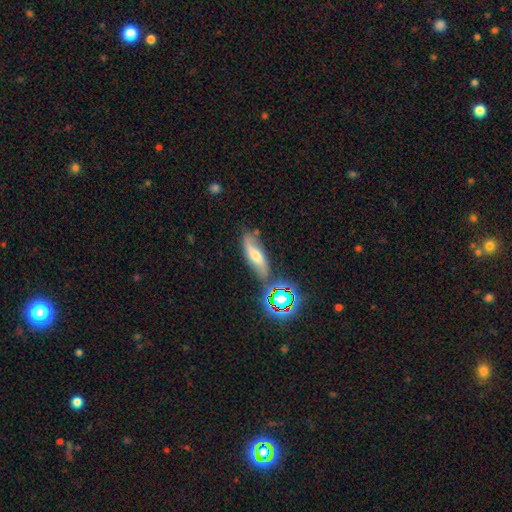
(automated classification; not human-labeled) featured or disk 45%, smooth 38%, star or artifact 17%. Down the decision tree: merging — none (65%).